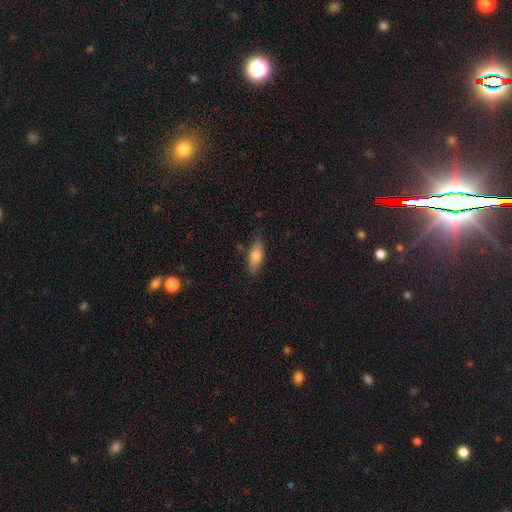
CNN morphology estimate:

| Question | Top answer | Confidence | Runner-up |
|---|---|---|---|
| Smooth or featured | smooth | 75% | featured or disk (19%) |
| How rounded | in between | 69% | cigar-shaped (29%) |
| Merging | none | 82% | minor disturbance (14%) |